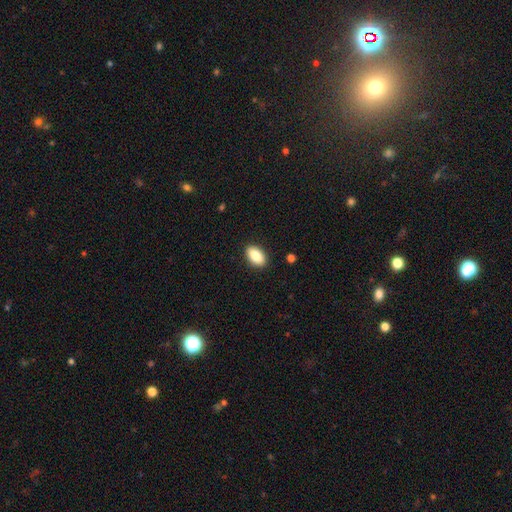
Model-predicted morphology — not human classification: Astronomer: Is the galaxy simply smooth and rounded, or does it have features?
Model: smooth — 85%.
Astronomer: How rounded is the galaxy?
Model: in between — 92%.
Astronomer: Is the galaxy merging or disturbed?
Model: none — 90%.